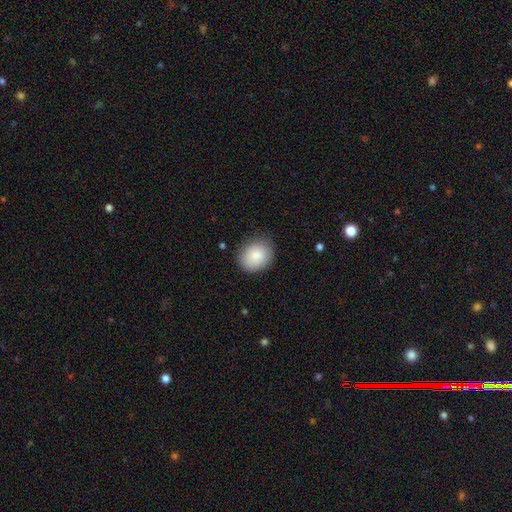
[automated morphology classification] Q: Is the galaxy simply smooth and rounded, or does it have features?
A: smooth — 87%.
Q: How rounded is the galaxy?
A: round — 54%.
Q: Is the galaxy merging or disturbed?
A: none — 84%.